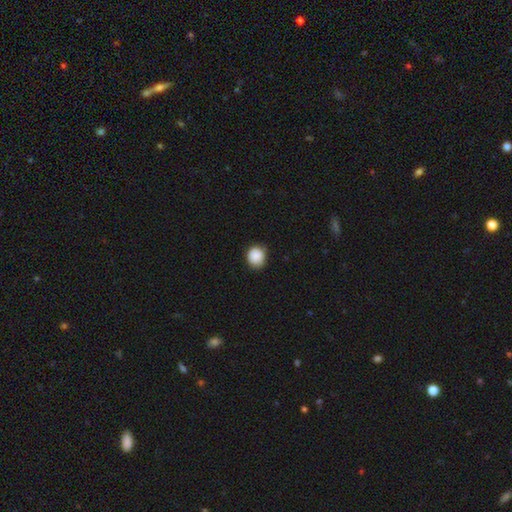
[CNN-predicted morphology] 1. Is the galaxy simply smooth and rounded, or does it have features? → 89% smooth, 8% star or artifact, 3% featured or disk.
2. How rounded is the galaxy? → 78% round, 21% in between, 1% cigar-shaped.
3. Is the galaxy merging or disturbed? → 81% none, 15% minor disturbance, 3% major disturbance, 1% merger.